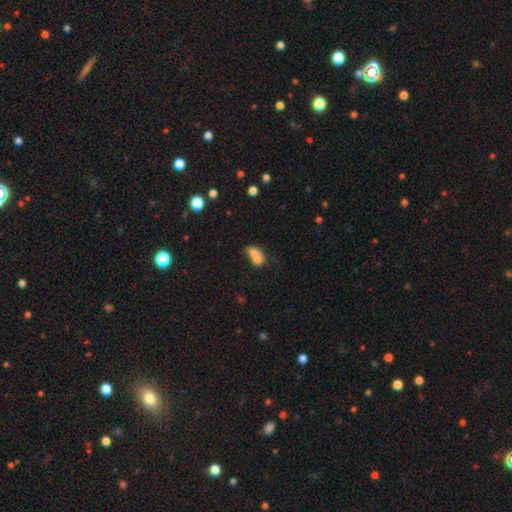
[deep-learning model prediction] smooth-or-featured: smooth: 75% | featured or disk: 14% | star or artifact: 10%
  how-rounded: in between: 82% | round: 12% | cigar-shaped: 6%
  merging: merger: 43% | none: 31% | minor disturbance: 17% | major disturbance: 8%